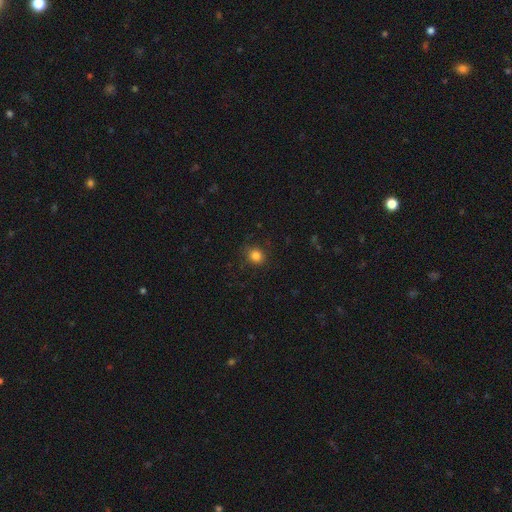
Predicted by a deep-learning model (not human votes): Q: Smooth or featured?
A: smooth (83%); runner-up: star or artifact (12%)
Q: How rounded?
A: round (87%); runner-up: in between (12%)
Q: Merging?
A: none (85%); runner-up: minor disturbance (10%)